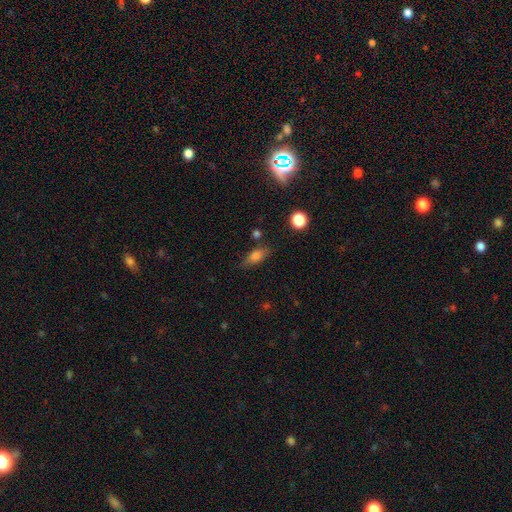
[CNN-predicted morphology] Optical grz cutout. It shows a smooth galaxy with no disk features (74%) that is in between round and cigar-shaped (76%). Merging: none (71%).